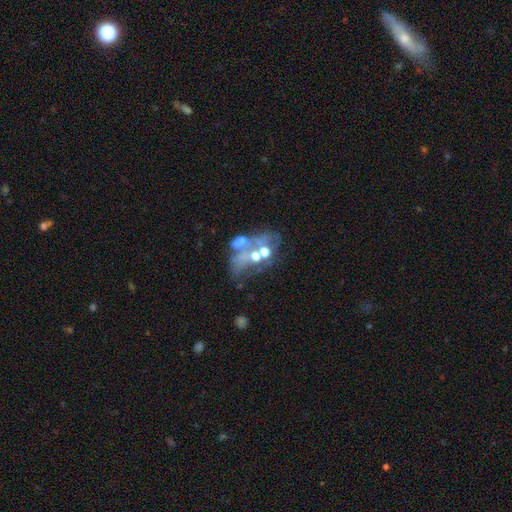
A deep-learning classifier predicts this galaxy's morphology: featured or disk 45%, smooth 30%, star or artifact 25%. Down the decision tree: merging — merger (44%).